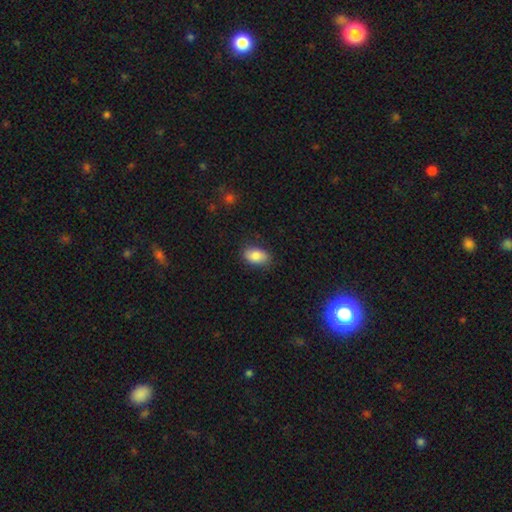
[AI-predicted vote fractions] Q: Smooth or featured?
A: smooth (85%); runner-up: featured or disk (8%)
Q: How rounded?
A: in between (90%); runner-up: round (8%)
Q: Merging?
A: none (82%); runner-up: minor disturbance (14%)